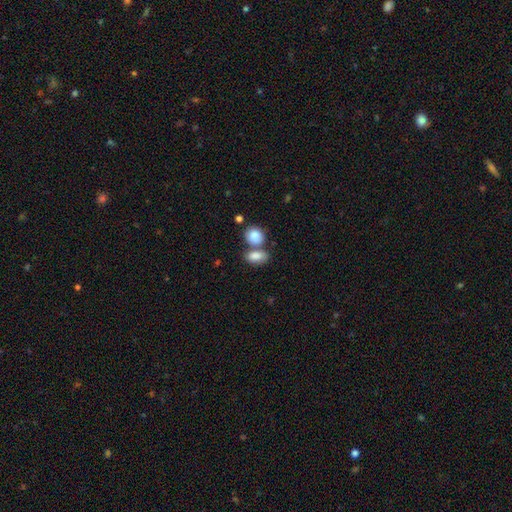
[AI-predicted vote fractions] The model was most divided on "merging": none: 43%, merger: 41%, minor disturbance: 12%, major disturbance: 4%. More confident: smooth or featured — smooth (85%); how rounded — in between (83%).